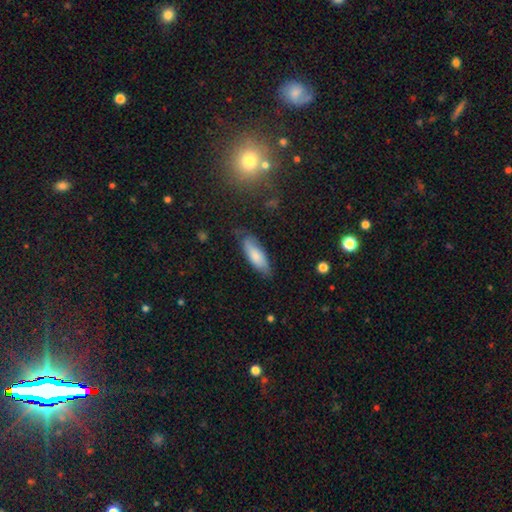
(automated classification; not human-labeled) Smooth or featured? Predicted: smooth (p=0.78). How rounded? Predicted: in between (p=0.62). Merging? Predicted: none (p=0.70).